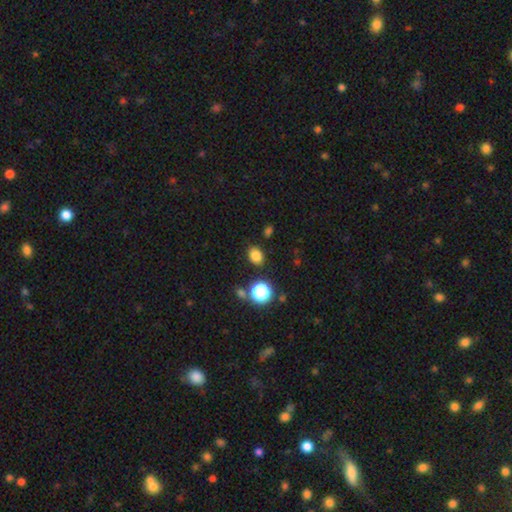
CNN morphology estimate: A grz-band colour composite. It shows a smooth galaxy with no disk features (81%) that is in between round and cigar-shaped (56%). Merging: none (86%).